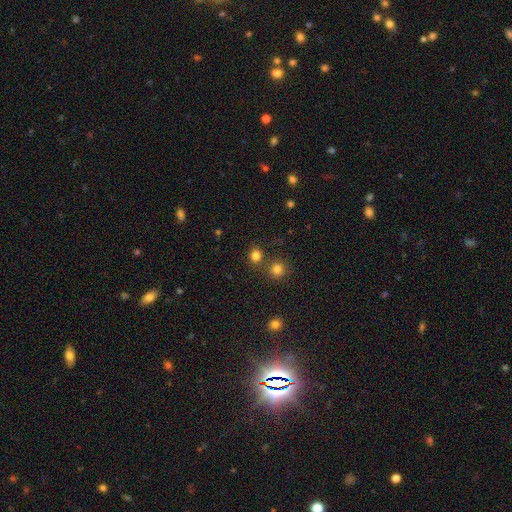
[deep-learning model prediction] The model was most divided on "how rounded": round: 77%, in between: 22%, cigar-shaped: 1%. More confident: smooth or featured — smooth (80%); merging — none (72%).